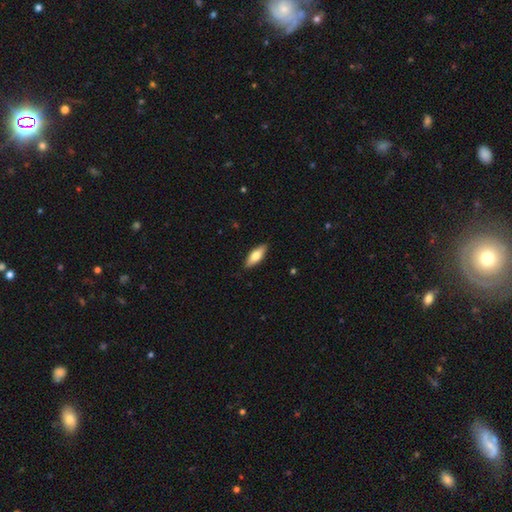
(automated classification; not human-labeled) A smooth galaxy with no disk features (69%) that is in between round and cigar-shaped (70%). Merging: none (88%).